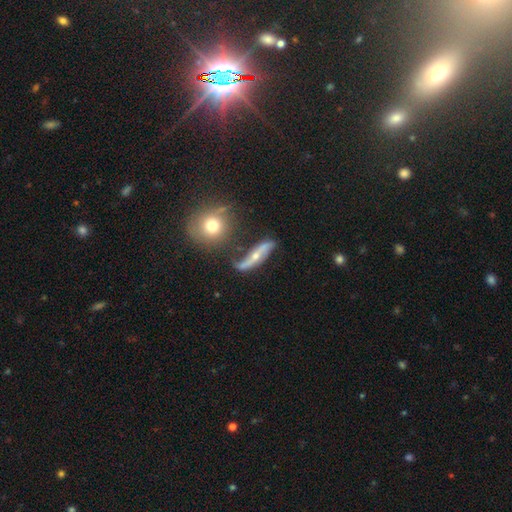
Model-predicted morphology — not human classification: Smooth or featured? Predicted: featured or disk (p=0.73). Edge-on disk? Predicted: no (p=0.68). Merging? Predicted: none (p=0.62).